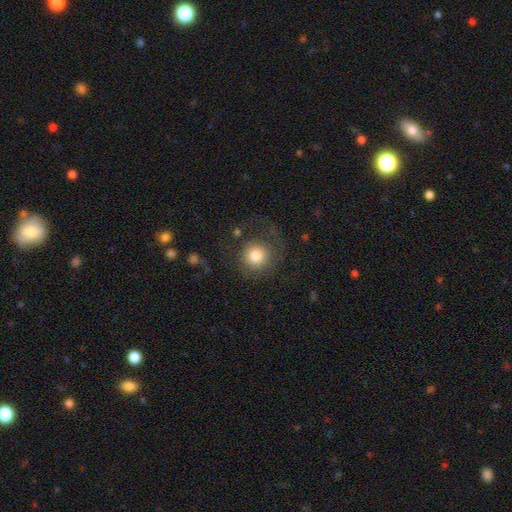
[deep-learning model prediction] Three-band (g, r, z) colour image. It shows a smooth galaxy with no disk features (74%) that is round (92%). Merging: none (59%).